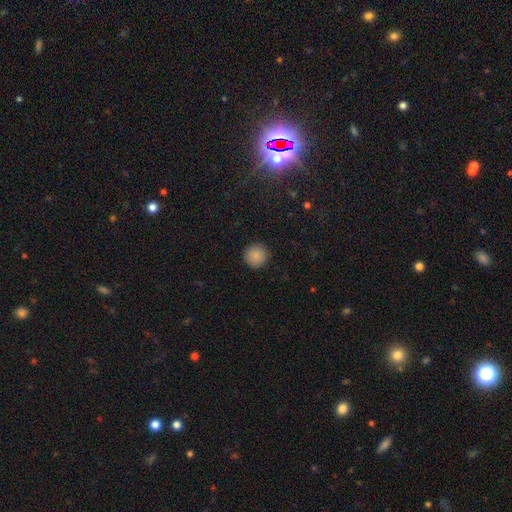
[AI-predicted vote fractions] A smooth galaxy with no disk features (88%) that is round (95%).

Vote fractions:
- Smooth or featured? smooth: 88% / star or artifact: 8% / featured or disk: 4%
- How rounded? round: 95% / in between: 4% / cigar-shaped: 1%
- Merging? none: 91% / minor disturbance: 6% / major disturbance: 2% / merger: 1%